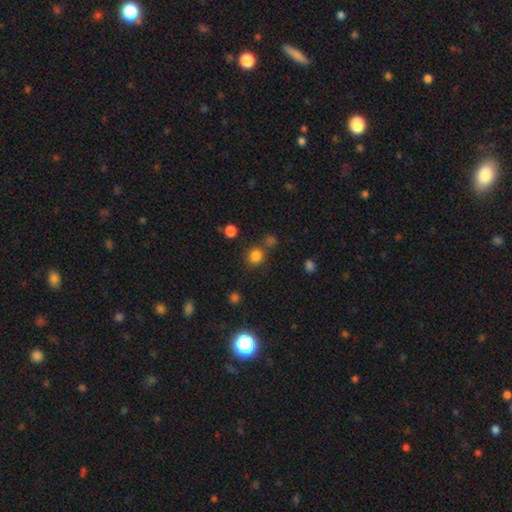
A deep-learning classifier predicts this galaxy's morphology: The model was most divided on "merging": none: 74%, merger: 12%, minor disturbance: 10%, major disturbance: 4%. More confident: how rounded — round (84%); smooth or featured — smooth (81%).